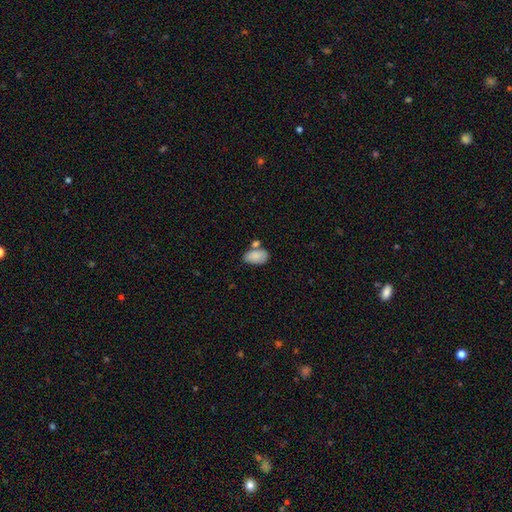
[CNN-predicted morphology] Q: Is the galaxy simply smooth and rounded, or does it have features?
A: smooth — 83%.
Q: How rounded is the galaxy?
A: in between — 92%.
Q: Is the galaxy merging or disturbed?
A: none — 48%.